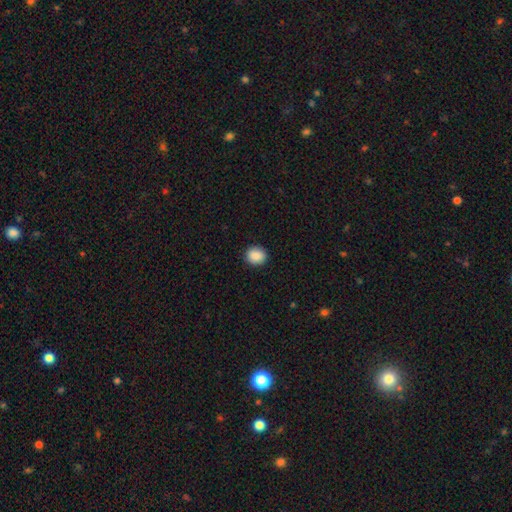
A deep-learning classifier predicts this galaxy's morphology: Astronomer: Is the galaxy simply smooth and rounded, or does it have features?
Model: smooth — 89%.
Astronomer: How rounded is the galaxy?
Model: round — 74%.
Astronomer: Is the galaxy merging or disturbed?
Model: none — 91%.